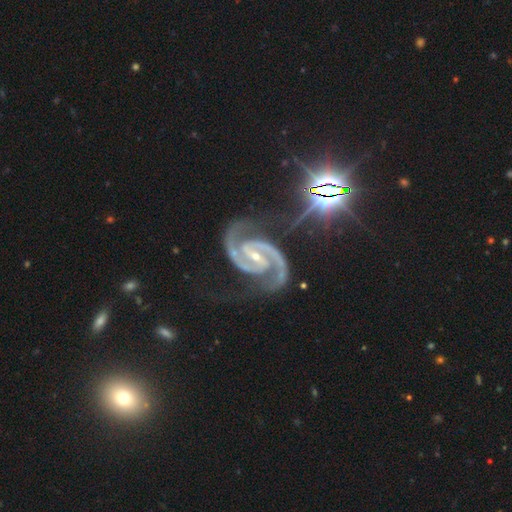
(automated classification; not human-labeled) Smooth or featured? featured or disk (92%)
Edge-on disk? no (98%)
Bar? strong (44%)
Spiral arms? yes (99%)
Spiral winding? medium (63%)
Spiral arm count? 2 (94%)
Bulge size? small (77%)
Merging? none (72%)